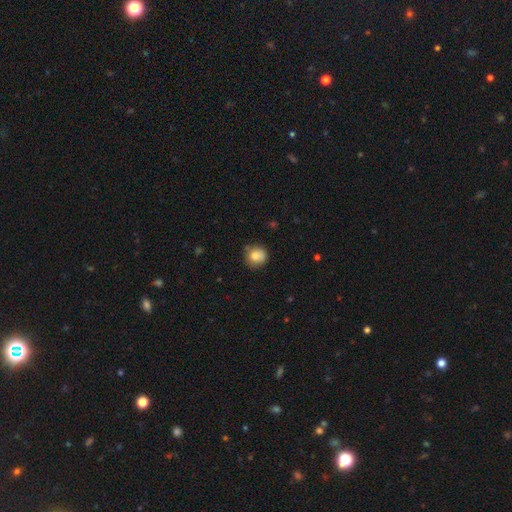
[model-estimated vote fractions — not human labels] This is clearly a smooth galaxy (81%). How rounded: clearly round (90%). Merging: likely none (78%).